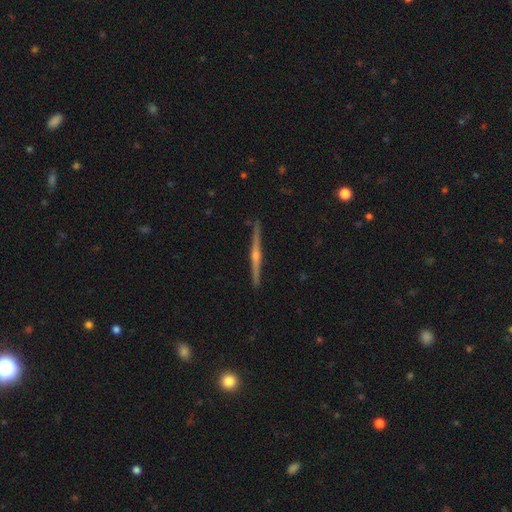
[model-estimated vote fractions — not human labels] smooth_or_featured: featured or disk (p=0.82) [alt: smooth p=0.12]
disk_edge_on: yes (p=0.98) [alt: no p=0.02]
edge_on_bulge: rounded (p=0.84) [alt: none p=0.10]
merging: none (p=0.90) [alt: minor disturbance p=0.07]